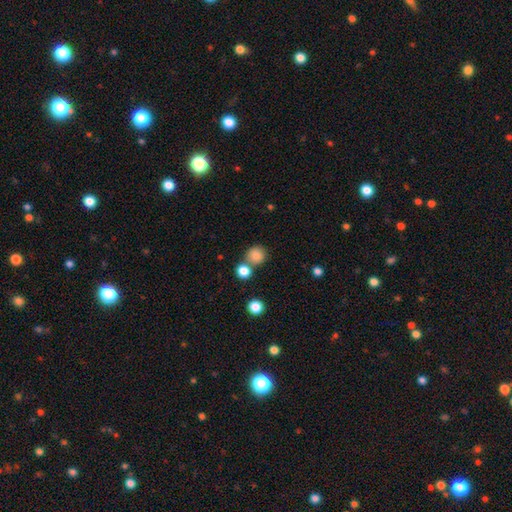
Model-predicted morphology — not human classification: A smooth galaxy with no disk features (83%) that is round (89%). Merging: none (67%).